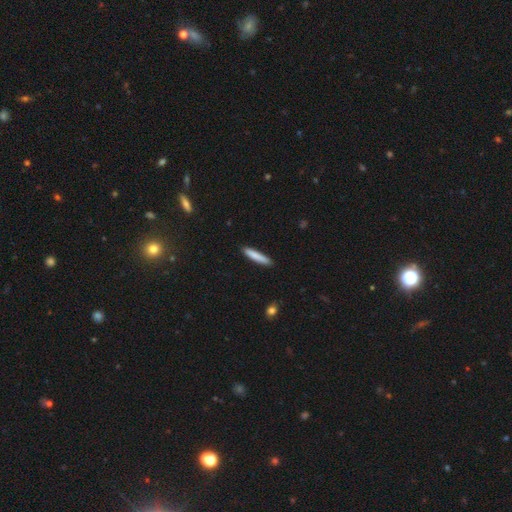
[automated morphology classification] Smooth or featured: smooth — 83% (featured or disk — 11%)
How rounded: cigar-shaped — 92% (in between — 7%)
Merging: none — 90% (minor disturbance — 8%)